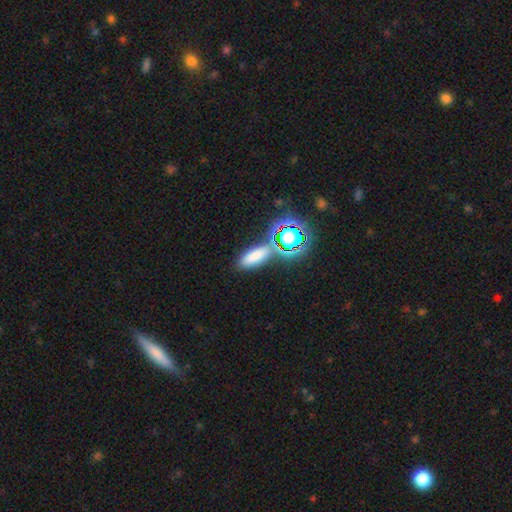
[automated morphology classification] Smooth or featured?
  - smooth: 69% *
  - star or artifact: 22%
  - featured or disk: 9%
How rounded?
  - in between: 65% *
  - cigar-shaped: 26%
  - round: 8%
Merging?
  - none: 74% *
  - minor disturbance: 11%
  - merger: 11%
  - major disturbance: 4%